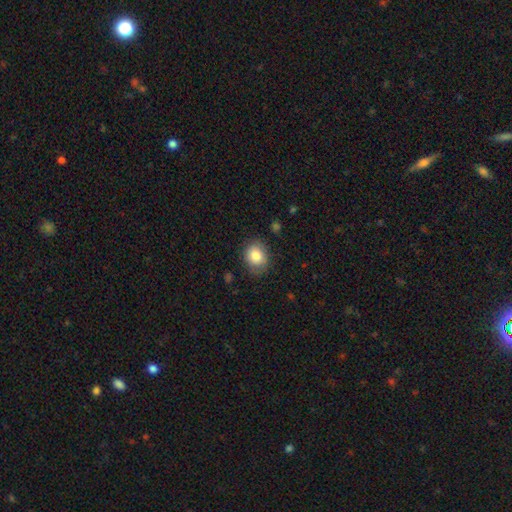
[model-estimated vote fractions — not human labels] This appears to be a smooth galaxy with no disk features (83%) that is round (55%). Merging: none (80%).